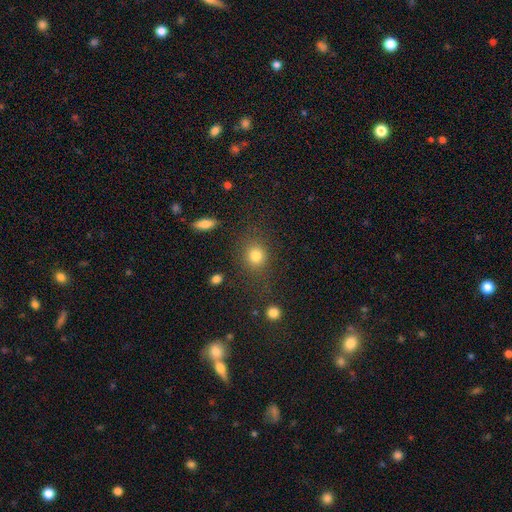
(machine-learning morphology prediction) smooth_or_featured: smooth (p=0.82) [alt: star or artifact p=0.11]
how_rounded: round (p=0.77) [alt: in between p=0.22]
merging: none (p=0.77) [alt: minor disturbance p=0.12]